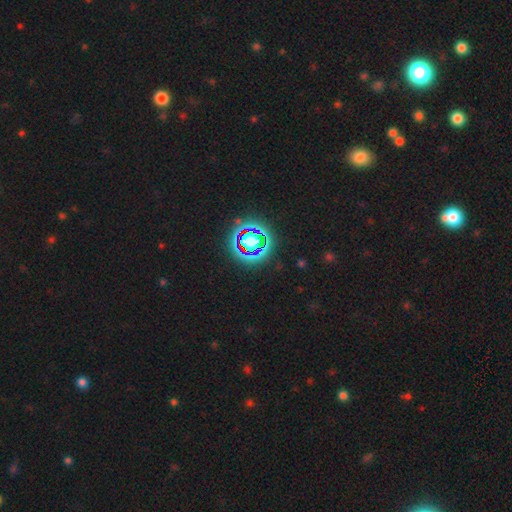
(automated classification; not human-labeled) This is clearly a star or artifact rather than a galaxy (80%).